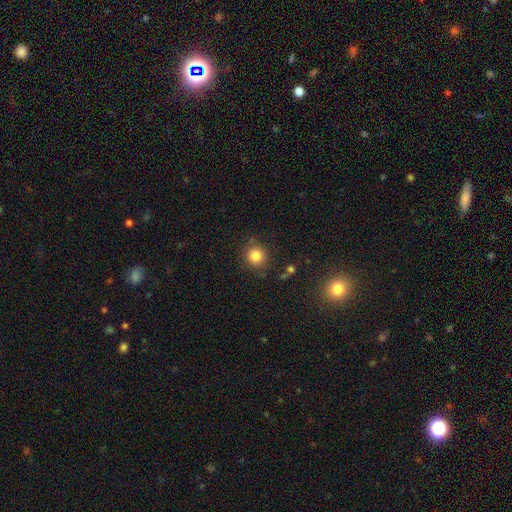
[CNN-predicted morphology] The model was most divided on "smooth or featured": smooth: 84%, star or artifact: 11%, featured or disk: 5%. More confident: how rounded — round (92%); merging — none (84%).